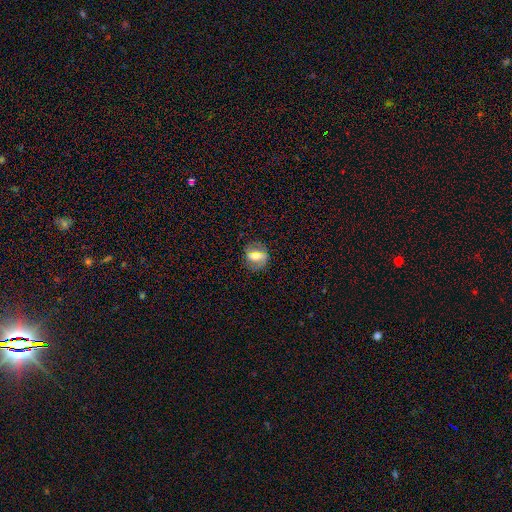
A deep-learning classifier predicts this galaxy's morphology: smooth_or_featured: featured or disk (p=0.47) [alt: smooth p=0.42]
merging: none (p=0.80) [alt: minor disturbance p=0.14]